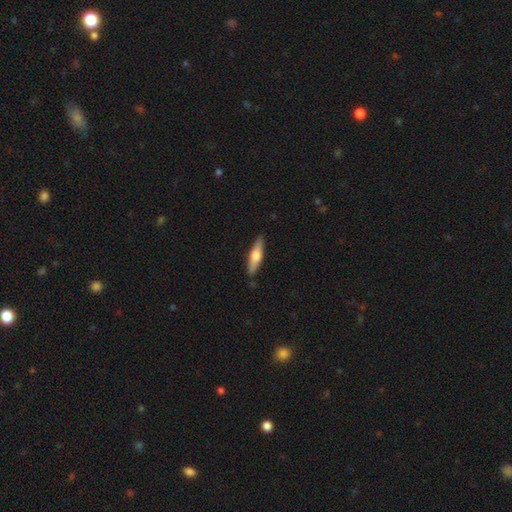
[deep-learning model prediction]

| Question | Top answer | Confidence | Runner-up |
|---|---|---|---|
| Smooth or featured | smooth | 52% | featured or disk (42%) |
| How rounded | cigar-shaped | 70% | in between (28%) |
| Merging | none | 88% | minor disturbance (9%) |